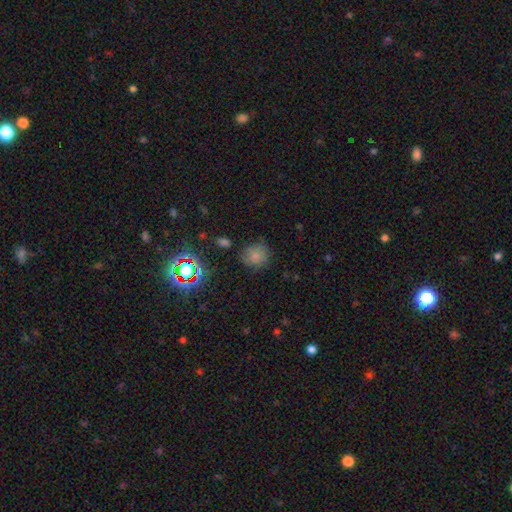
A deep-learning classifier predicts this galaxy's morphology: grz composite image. It shows a smooth galaxy with no disk features (74%) that is round (84%). Merging: none (73%).